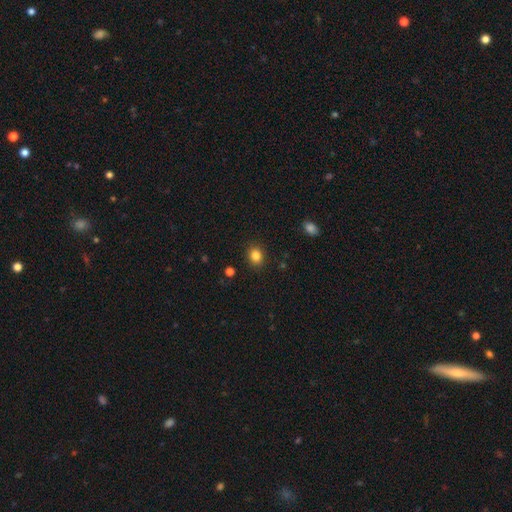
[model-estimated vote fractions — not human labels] A smooth galaxy with no disk features (84%) that is round (67%).

Vote fractions:
- Smooth or featured? smooth: 84% / star or artifact: 11% / featured or disk: 5%
- How rounded? round: 67% / in between: 33% / cigar-shaped: 1%
- Merging? none: 89% / minor disturbance: 7% / major disturbance: 2% / merger: 1%